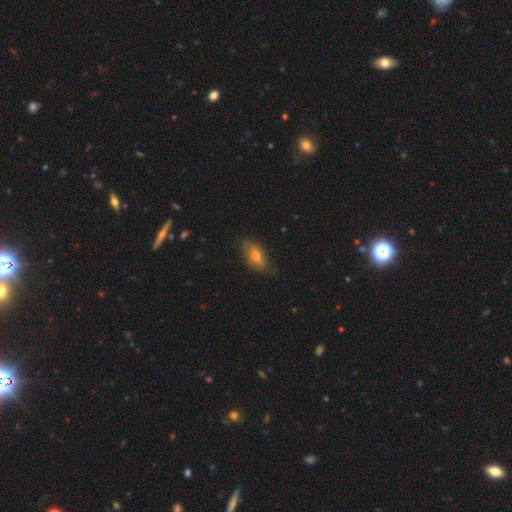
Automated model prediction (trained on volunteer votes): A smooth galaxy with no disk features (66%) that is in between round and cigar-shaped (82%).

Vote fractions:
- Smooth or featured? smooth: 66% / featured or disk: 23% / star or artifact: 11%
- How rounded? in between: 82% / cigar-shaped: 12% / round: 6%
- Merging? none: 75% / minor disturbance: 19% / major disturbance: 4% / merger: 1%